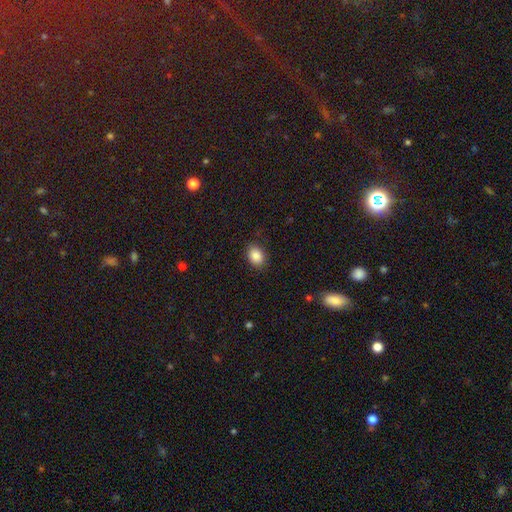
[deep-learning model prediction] Morphology: type=smooth (87%); roundness=in between (73%); merging=none (87%).